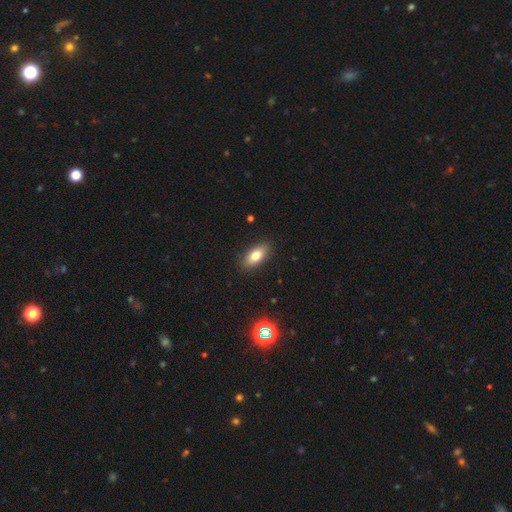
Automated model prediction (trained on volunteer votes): This is likely a smooth galaxy (79%). How rounded: clearly in between (86%). Merging: clearly none (88%).